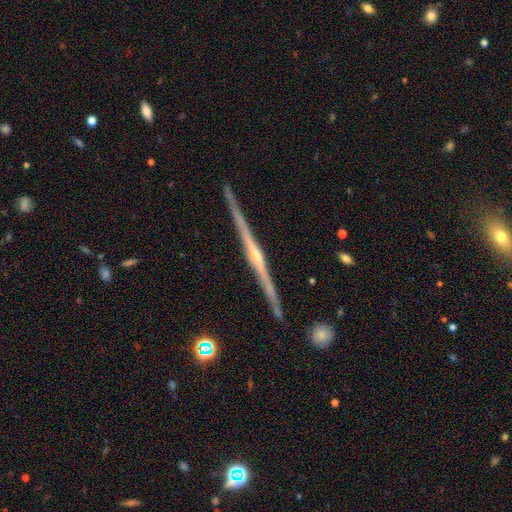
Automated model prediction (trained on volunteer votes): featured or disk 86%, smooth 8%, star or artifact 5%. Down the decision tree: edge-on disk — yes (99%); edge-on bulge — rounded (71%); merging — none (91%).